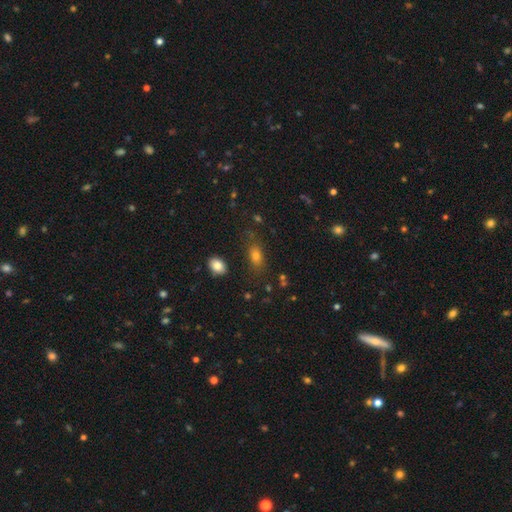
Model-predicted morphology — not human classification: Smooth or featured? Predicted: smooth (p=0.70). How rounded? Predicted: in between (p=0.76). Merging? Predicted: none (p=0.72).